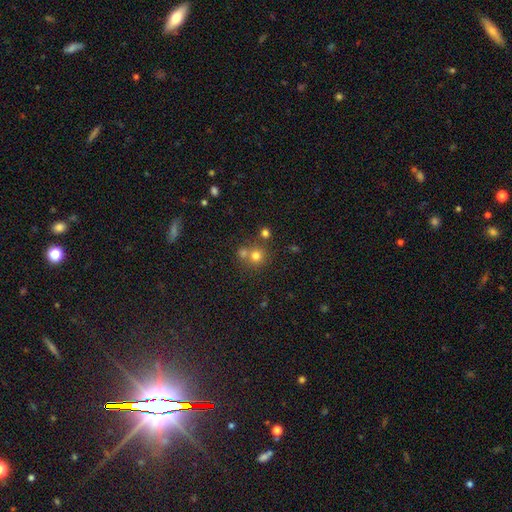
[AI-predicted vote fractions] smooth_or_featured: smooth (p=0.73) [alt: star or artifact p=0.17]
how_rounded: round (p=0.90) [alt: in between p=0.09]
merging: none (p=0.58) [alt: merger p=0.32]